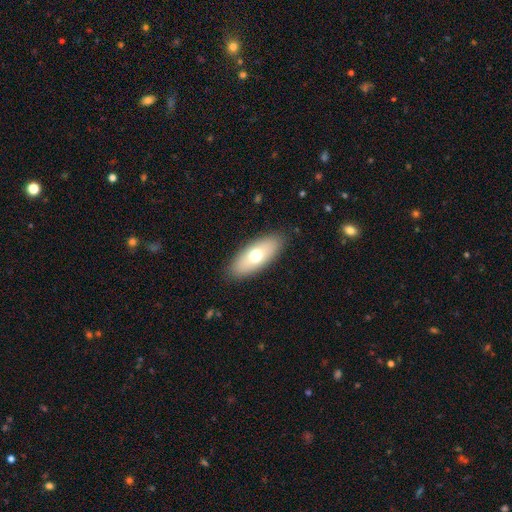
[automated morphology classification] A smooth galaxy with no disk features (66%) that is in between round and cigar-shaped (79%). Merging: none (88%).